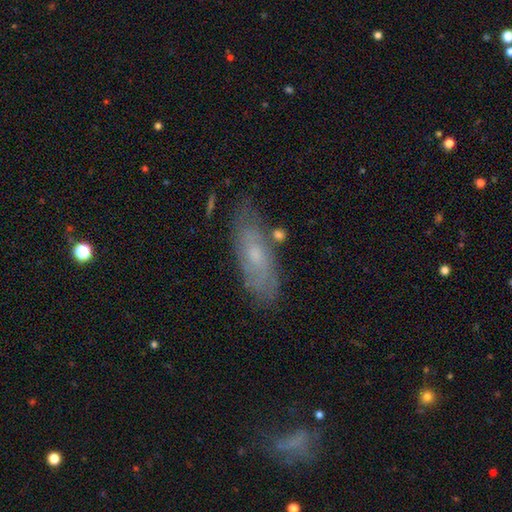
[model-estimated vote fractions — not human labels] A featured or disk galaxy (54%). Merging: none (74%).